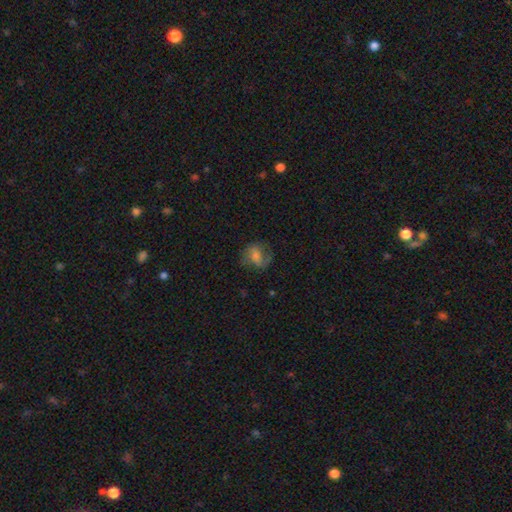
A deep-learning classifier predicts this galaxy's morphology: Smooth or featured? featured or disk (52%)
Edge-on disk? no (97%)
Bar? weak (45%)
Spiral arms? yes (84%)
Bulge size? moderate (41%)
Merging? none (63%)